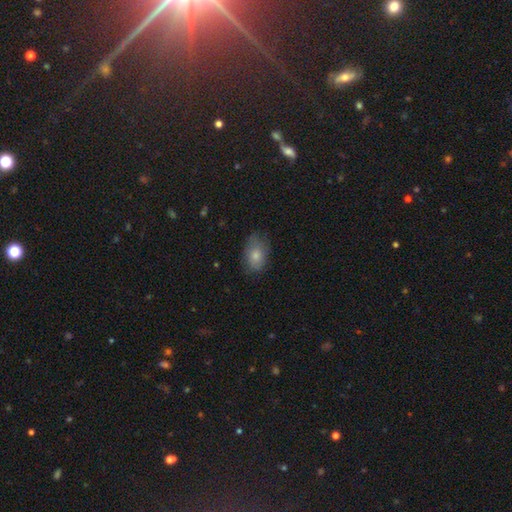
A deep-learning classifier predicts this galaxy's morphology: smooth-or-featured: smooth: 80% | featured or disk: 12% | star or artifact: 8%
  how-rounded: in between: 84% | round: 15% | cigar-shaped: 1%
  merging: none: 70% | minor disturbance: 23% | major disturbance: 6% | merger: 1%